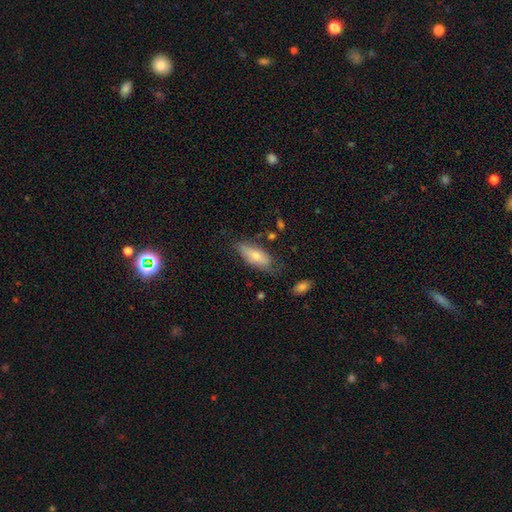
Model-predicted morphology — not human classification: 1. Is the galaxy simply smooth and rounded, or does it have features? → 56% smooth, 36% featured or disk, 8% star or artifact.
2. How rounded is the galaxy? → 72% in between, 25% cigar-shaped, 3% round.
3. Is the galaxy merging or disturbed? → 62% none, 28% minor disturbance, 8% major disturbance, 3% merger.